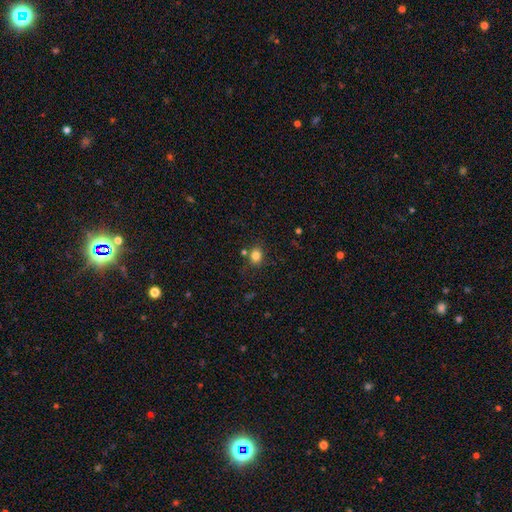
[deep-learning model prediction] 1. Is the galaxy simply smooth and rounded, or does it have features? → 82% smooth, 12% star or artifact, 6% featured or disk.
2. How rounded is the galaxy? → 57% round, 42% in between, 1% cigar-shaped.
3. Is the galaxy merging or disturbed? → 75% none, 12% minor disturbance, 9% merger, 4% major disturbance.